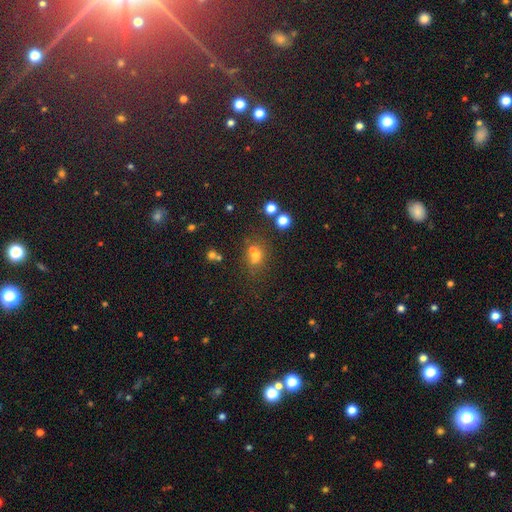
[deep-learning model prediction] smooth 59%, star or artifact 26%, featured or disk 15%. Down the decision tree: how rounded — round (55%); merging — none (45%).